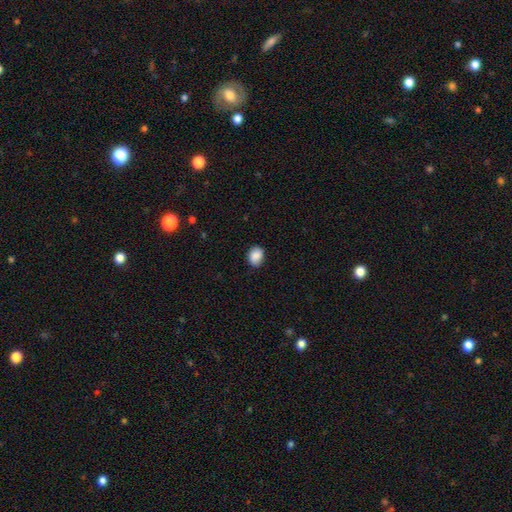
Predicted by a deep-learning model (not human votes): The model was most divided on "how rounded": in between: 58%, round: 41%, cigar-shaped: 1%. More confident: smooth or featured — smooth (88%); merging — none (82%).